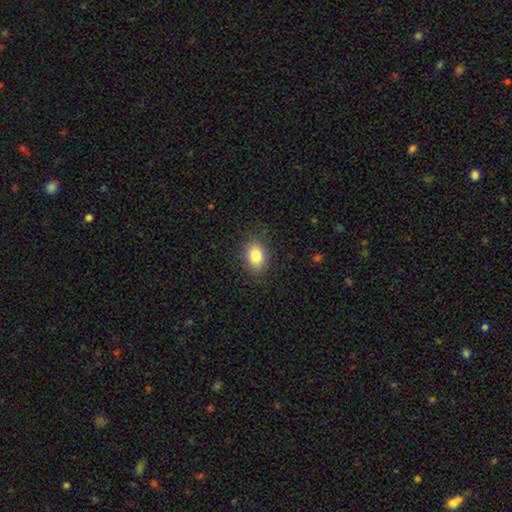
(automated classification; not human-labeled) smooth 83%, star or artifact 9%, featured or disk 8%. Down the decision tree: how rounded — in between (72%); merging — none (86%).